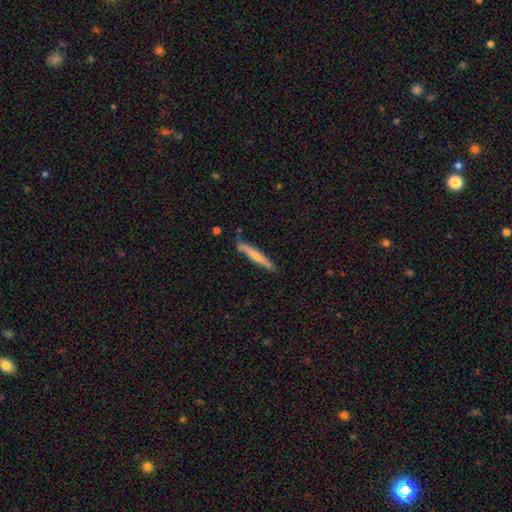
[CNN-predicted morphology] This appears to be a smooth galaxy with no disk features (64%) that is cigar-shaped (95%). Merging: none (80%).